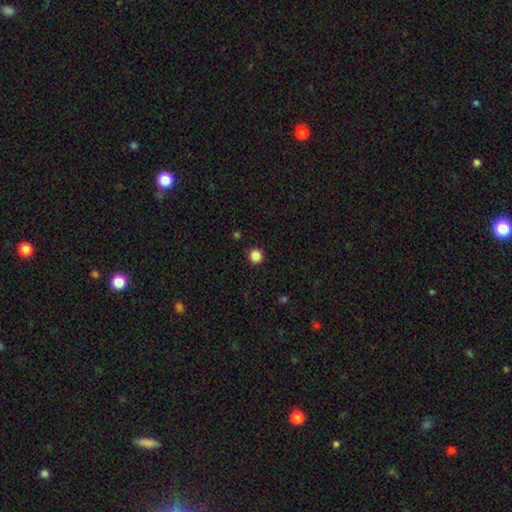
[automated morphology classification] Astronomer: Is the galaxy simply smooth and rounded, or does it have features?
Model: smooth — 86%.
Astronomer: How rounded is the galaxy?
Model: round — 95%.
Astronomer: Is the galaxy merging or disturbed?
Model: none — 93%.